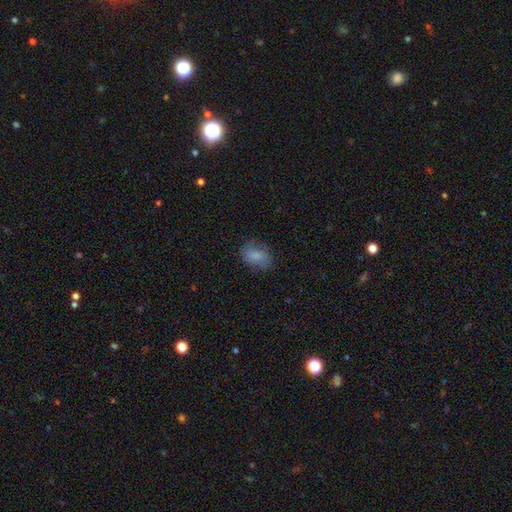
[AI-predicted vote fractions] This is clearly a smooth galaxy (81%). How rounded: likely in between (79%). Merging: likely none (73%).